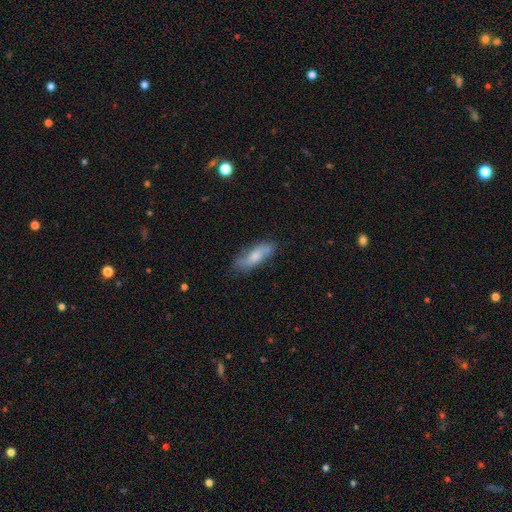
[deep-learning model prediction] smooth 64%, featured or disk 29%, star or artifact 7%. Down the decision tree: how rounded — in between (59%); merging — none (71%).